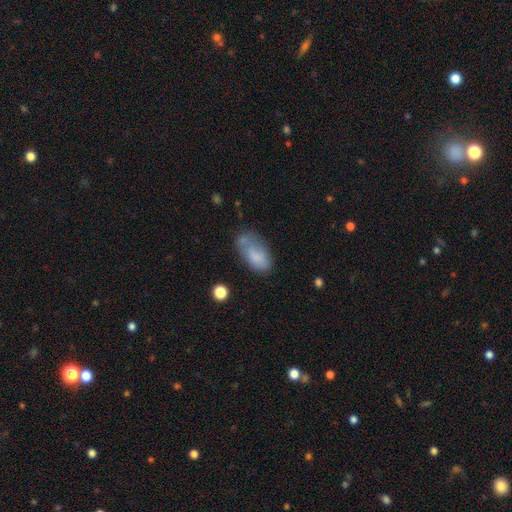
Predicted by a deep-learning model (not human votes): smooth_or_featured: smooth (p=0.74) [alt: featured or disk p=0.17]
how_rounded: in between (p=0.92) [alt: round p=0.05]
merging: none (p=0.41) [alt: minor disturbance p=0.26]